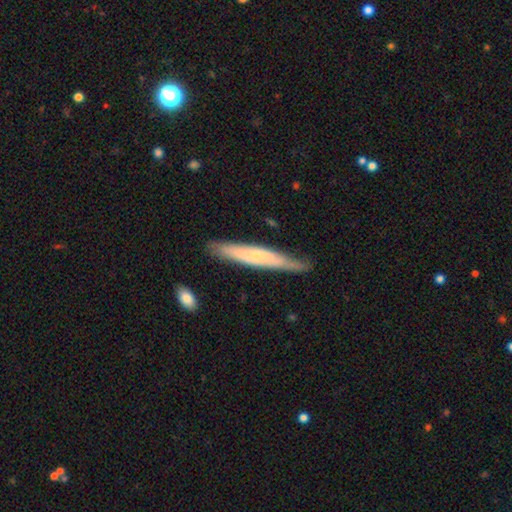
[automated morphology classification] type=featured or disk (53%); edge-on=yes (79%); merging=none (74%).